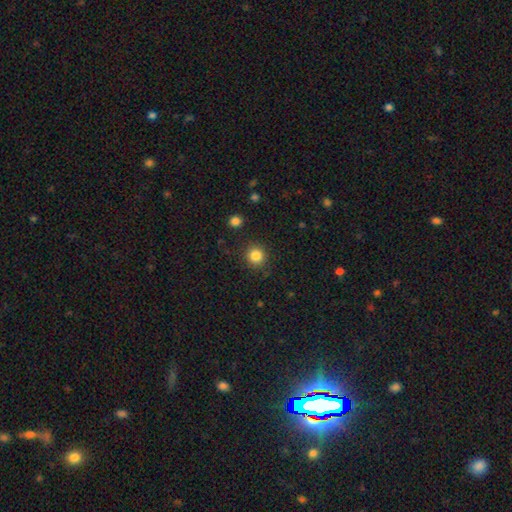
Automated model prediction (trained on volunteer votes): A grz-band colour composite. It shows a smooth galaxy with no disk features (84%) that is round (92%). Merging: none (89%).